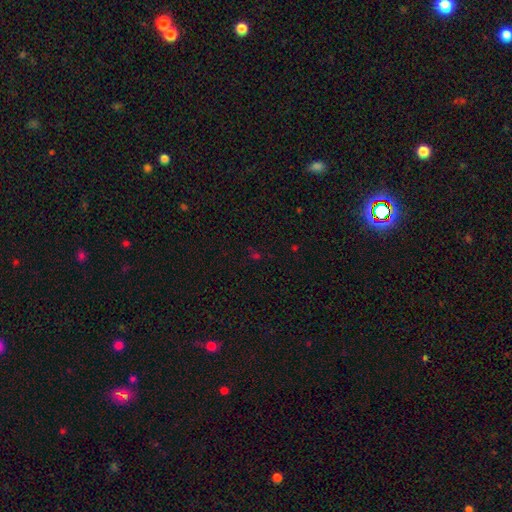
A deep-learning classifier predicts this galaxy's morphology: A star or artifact, not a galaxy (56%).

Vote fractions:
- Smooth or featured? star or artifact: 56% / smooth: 35% / featured or disk: 9%